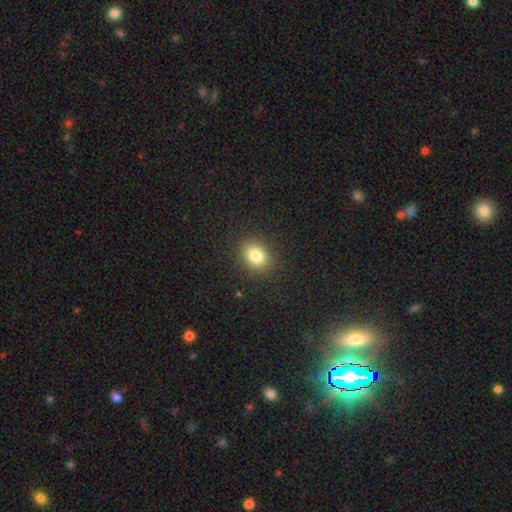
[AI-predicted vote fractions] Smooth or featured? smooth (82%)
How rounded? in between (55%)
Merging? none (87%)